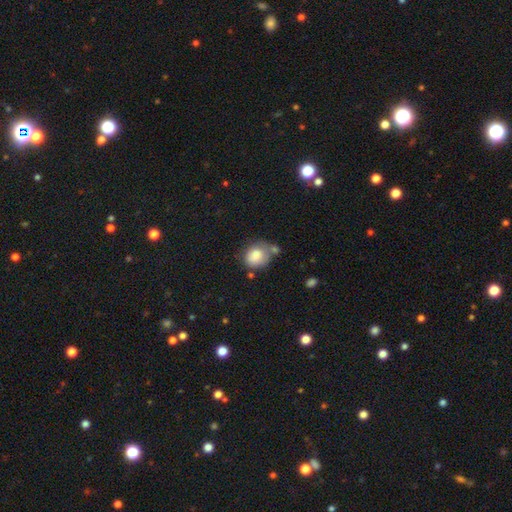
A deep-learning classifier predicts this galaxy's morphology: A smooth galaxy with no disk features (83%) that is round (61%). Merging: none (45%).